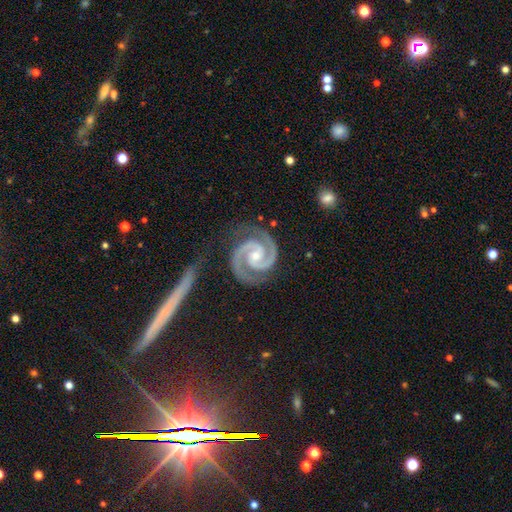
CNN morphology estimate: This is clearly a featured or disk galaxy (95%). It is clearly not viewed edge-on (99%). Bar: possibly no (56%). Spiral arm pattern: clearly yes (99%). Spiral arm count: clearly 2 (94%). Spiral winding: likely tight (61%). Central bulge: possibly small (49%). Merging: clearly none (80%).